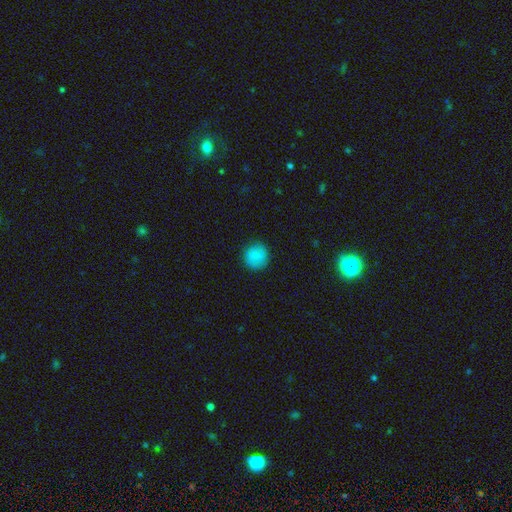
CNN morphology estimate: This appears to be a smooth galaxy with no disk features (83%) that is round (91%). Merging: none (88%).